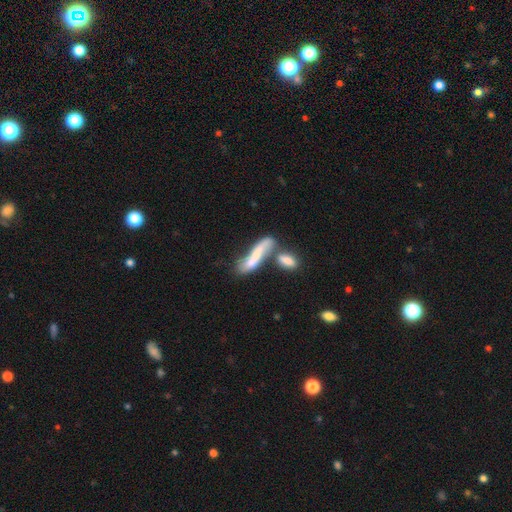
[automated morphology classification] The model was most divided on "smooth or featured": smooth: 56%, featured or disk: 36%, star or artifact: 8%. Remaining: how rounded — cigar-shaped (70%); merging — merger (50%).